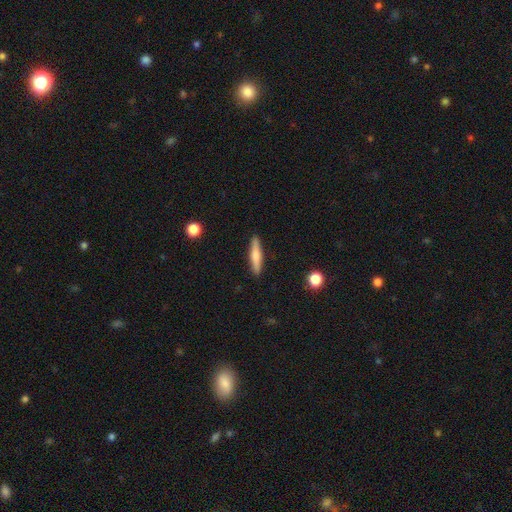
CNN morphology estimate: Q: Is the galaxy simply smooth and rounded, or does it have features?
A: smooth — 64%.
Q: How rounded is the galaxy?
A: cigar-shaped — 86%.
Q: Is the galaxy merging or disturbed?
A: none — 90%.